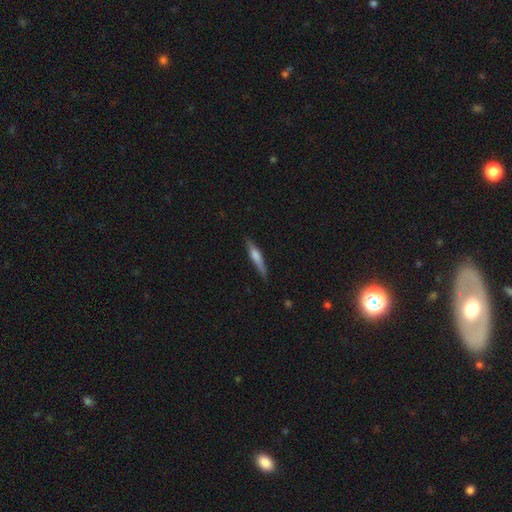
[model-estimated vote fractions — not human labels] smooth 52%, featured or disk 42%, star or artifact 6%. Down the decision tree: how rounded — cigar-shaped (89%); merging — none (82%).